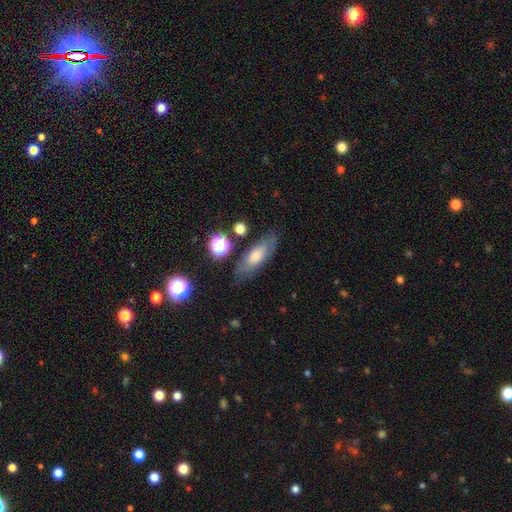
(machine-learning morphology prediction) Smooth or featured? Predicted: smooth (p=0.49). Merging? Predicted: none (p=0.77).